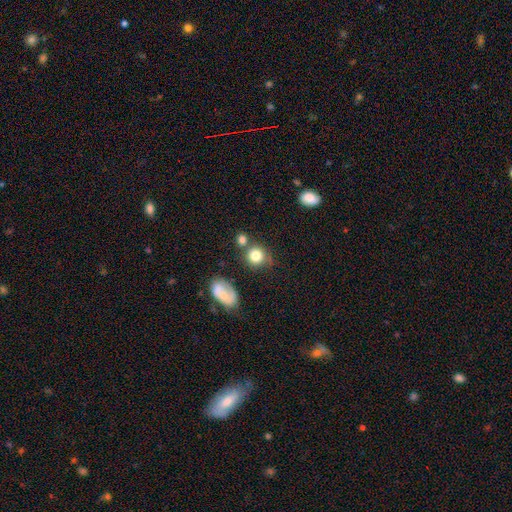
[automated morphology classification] A smooth galaxy with no disk features (81%) that is round (84%).

Vote fractions:
- Smooth or featured? smooth: 81% / star or artifact: 11% / featured or disk: 9%
- How rounded? round: 84% / in between: 15% / cigar-shaped: 1%
- Merging? none: 65% / merger: 16% / minor disturbance: 14% / major disturbance: 5%